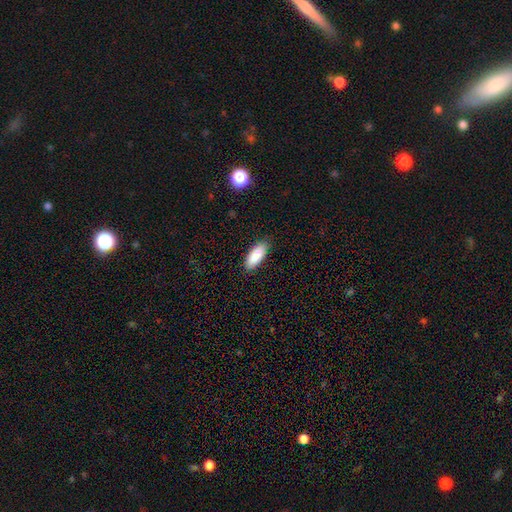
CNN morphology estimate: smooth_or_featured: smooth (p=0.89) [alt: star or artifact p=0.06]
how_rounded: in between (p=0.80) [alt: cigar-shaped p=0.19]
merging: none (p=0.87) [alt: minor disturbance p=0.10]